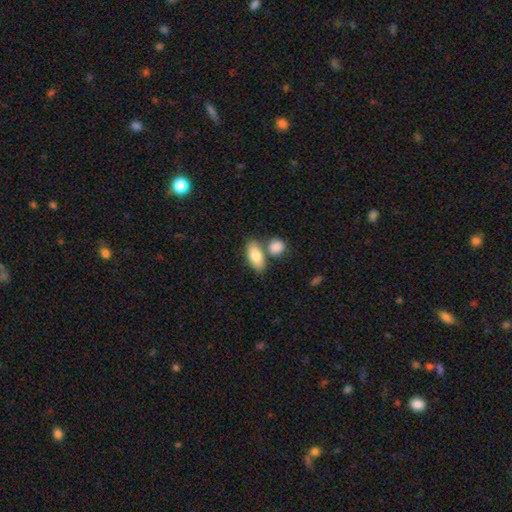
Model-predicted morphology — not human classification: Smooth or featured?
  - smooth: 81% *
  - featured or disk: 13%
  - star or artifact: 6%
How rounded?
  - in between: 86% *
  - cigar-shaped: 9%
  - round: 5%
Merging?
  - none: 60% *
  - merger: 26%
  - minor disturbance: 11%
  - major disturbance: 3%